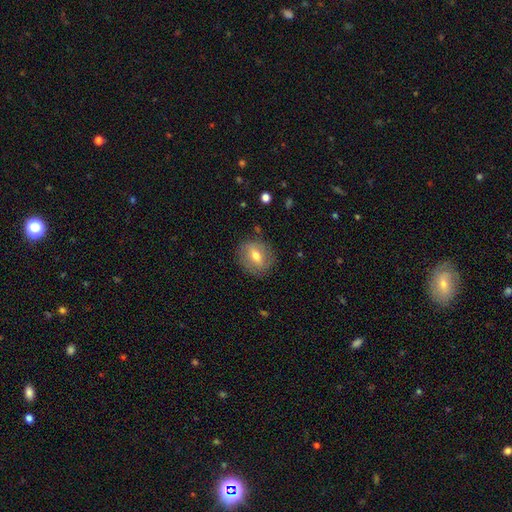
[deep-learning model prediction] Q: Smooth or featured?
A: smooth (56%); runner-up: featured or disk (36%)
Q: How rounded?
A: round (65%); runner-up: in between (33%)
Q: Merging?
A: none (81%); runner-up: minor disturbance (13%)